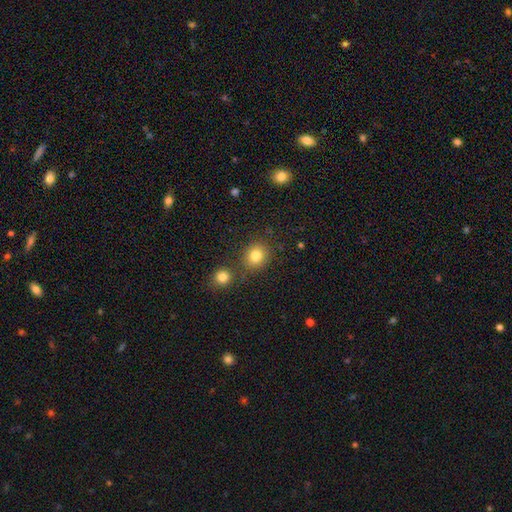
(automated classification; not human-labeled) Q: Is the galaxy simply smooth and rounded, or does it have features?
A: smooth — 82%.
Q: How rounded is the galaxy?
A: round — 80%.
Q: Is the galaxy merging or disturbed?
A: none — 78%.